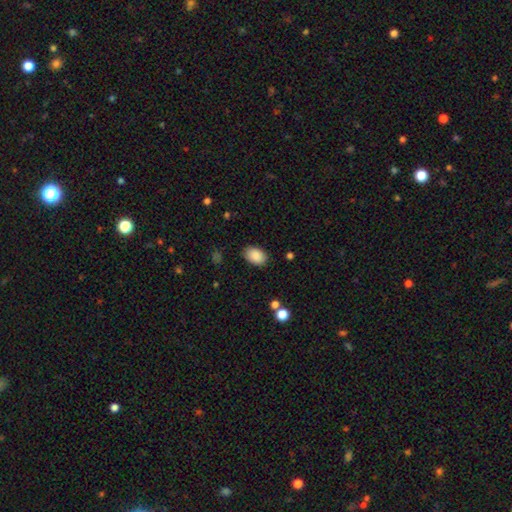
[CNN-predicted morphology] Smooth or featured?
  - smooth: 88% *
  - star or artifact: 8%
  - featured or disk: 5%
How rounded?
  - in between: 88% *
  - round: 11%
  - cigar-shaped: 1%
Merging?
  - none: 85% *
  - minor disturbance: 11%
  - major disturbance: 3%
  - merger: 1%